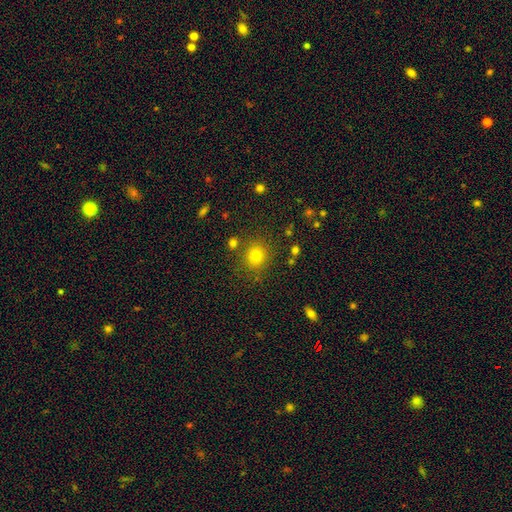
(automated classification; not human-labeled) smooth 77%, star or artifact 16%, featured or disk 7%. Down the decision tree: how rounded — round (84%); merging — none (82%).